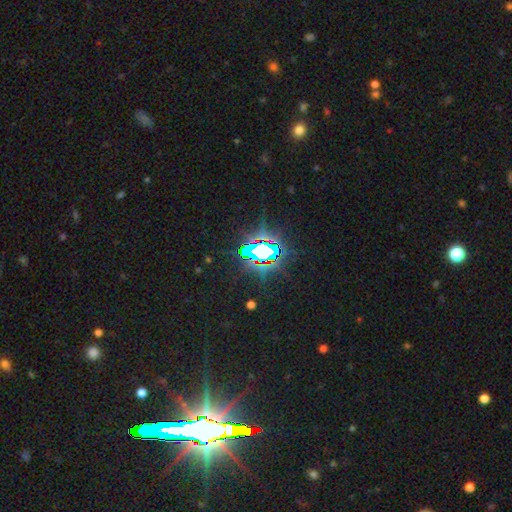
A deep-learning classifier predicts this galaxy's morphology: Q: Smooth or featured?
A: star or artifact (77%); runner-up: smooth (13%)